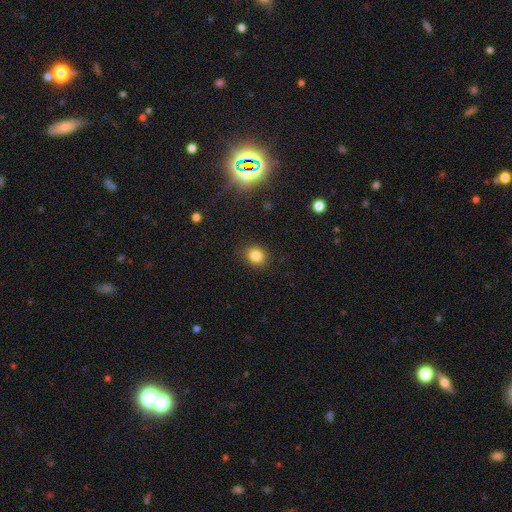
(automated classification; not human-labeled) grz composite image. It shows a smooth galaxy with no disk features (82%) that is round (68%). Merging: none (87%).